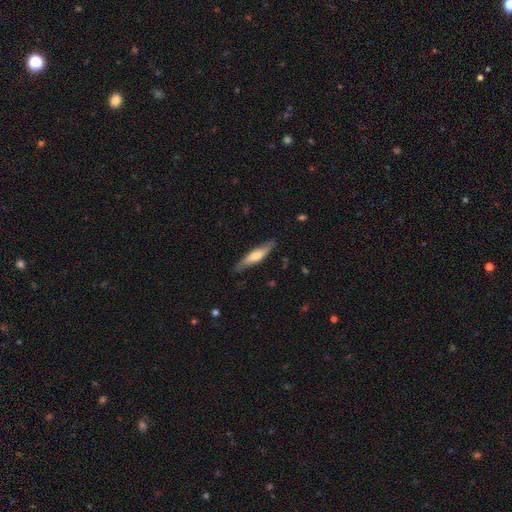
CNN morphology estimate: A smooth galaxy with no disk features (52%) that is cigar-shaped (79%).

Vote fractions:
- Smooth or featured? smooth: 52% / featured or disk: 42% / star or artifact: 5%
- How rounded? cigar-shaped: 79% / in between: 19% / round: 2%
- Merging? none: 84% / minor disturbance: 13% / major disturbance: 2% / merger: 1%